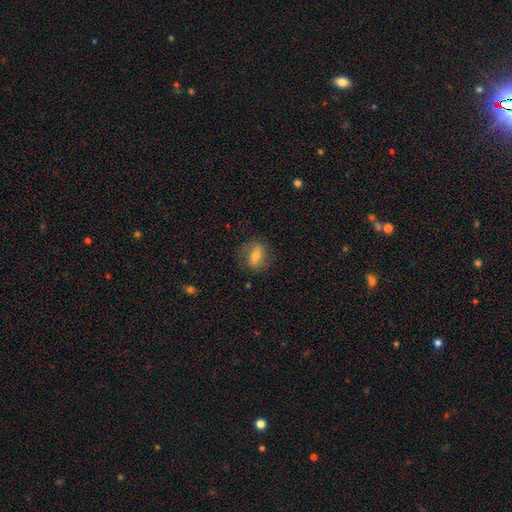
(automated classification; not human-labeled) A smooth galaxy with no disk features (47%).

Vote fractions:
- Smooth or featured? smooth: 47% / featured or disk: 44% / star or artifact: 9%
- Merging? none: 73% / minor disturbance: 18% / major disturbance: 8% / merger: 1%